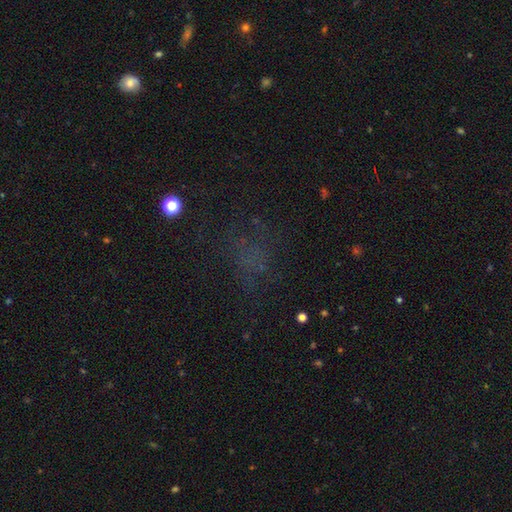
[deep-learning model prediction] smooth-or-featured: star or artifact: 45% | smooth: 40% | featured or disk: 14%